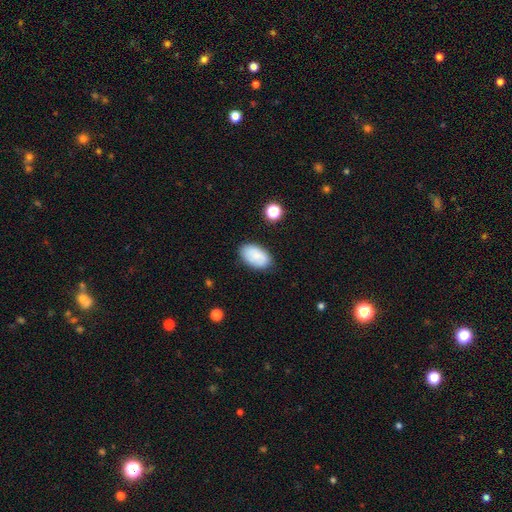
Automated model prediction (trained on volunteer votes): smooth-or-featured: smooth: 82% | featured or disk: 10% | star or artifact: 8%
  how-rounded: in between: 93% | round: 6% | cigar-shaped: 1%
  merging: none: 82% | minor disturbance: 13% | major disturbance: 3% | merger: 2%